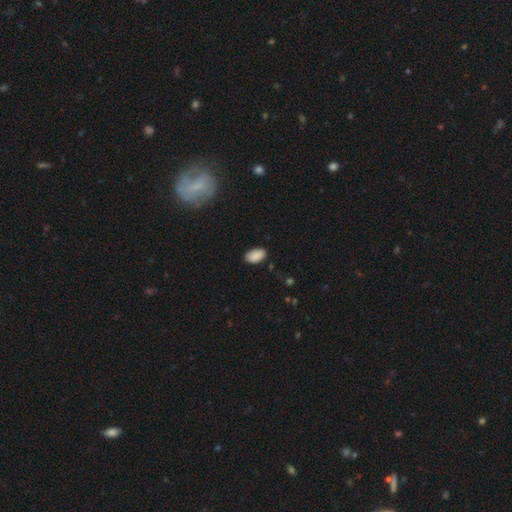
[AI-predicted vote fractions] This is clearly a smooth galaxy (88%). How rounded: clearly in between (95%). Merging: clearly none (84%).